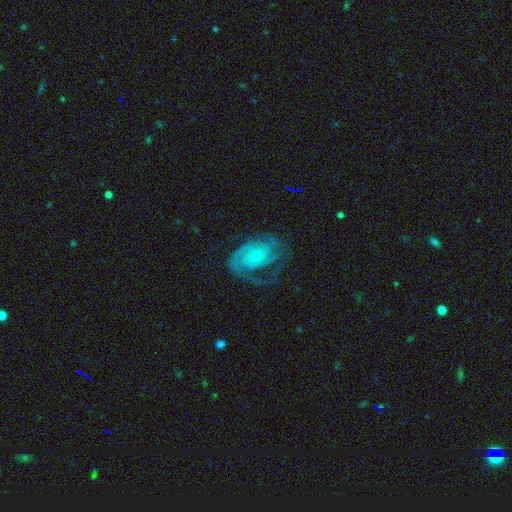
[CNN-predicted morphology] smooth-or-featured: featured or disk: 83% | smooth: 12% | star or artifact: 6%
  disk-edge-on: no: 97% | yes: 3%
    bar: no: 70% | weak: 25% | strong: 5%
    has-spiral-arms: yes: 93% | no: 7%
      spiral-winding: tight: 46% | medium: 38% | loose: 16%
      spiral-arm-count: 2: 41% | can't tell: 20% | 1: 19% | 3: 11% | 4: 4% | more than 4: 4%
    bulge-size: small: 66% | moderate: 30% | none: 2% | large: 2% | dominant: 1%
  merging: none: 53% | major disturbance: 26% | minor disturbance: 19% | merger: 2%